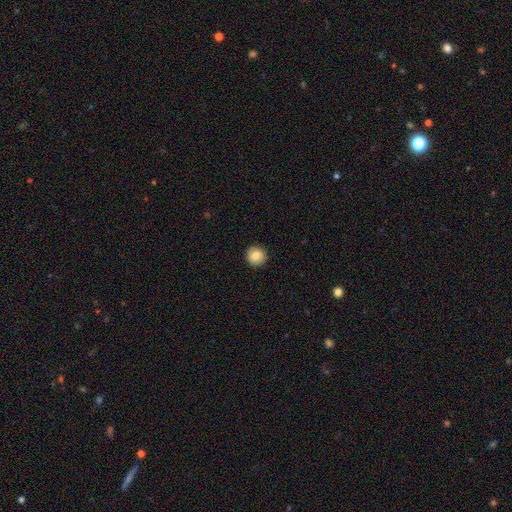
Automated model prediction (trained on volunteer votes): smooth_or_featured: smooth (p=0.85) [alt: star or artifact p=0.08]
how_rounded: round (p=0.94) [alt: in between p=0.05]
merging: none (p=0.92) [alt: minor disturbance p=0.05]